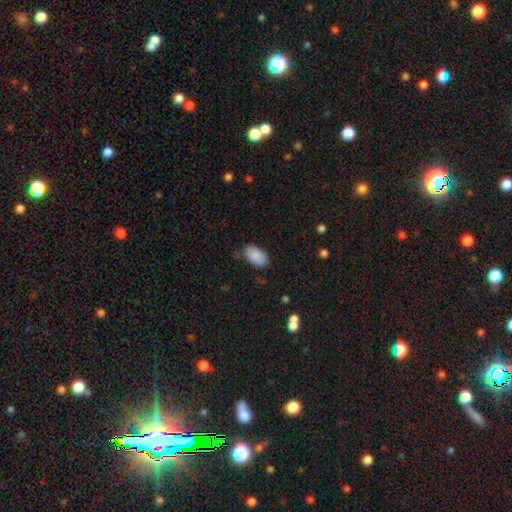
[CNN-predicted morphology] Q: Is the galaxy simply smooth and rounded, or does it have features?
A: smooth — 89%.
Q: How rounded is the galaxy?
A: in between — 94%.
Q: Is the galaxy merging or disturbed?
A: none — 73%.